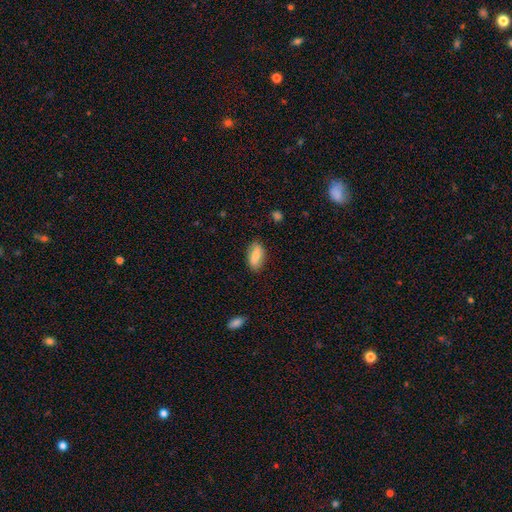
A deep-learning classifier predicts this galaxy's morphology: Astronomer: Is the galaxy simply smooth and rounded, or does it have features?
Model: smooth — 81%.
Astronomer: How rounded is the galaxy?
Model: in between — 86%.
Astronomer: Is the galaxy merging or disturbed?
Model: none — 82%.